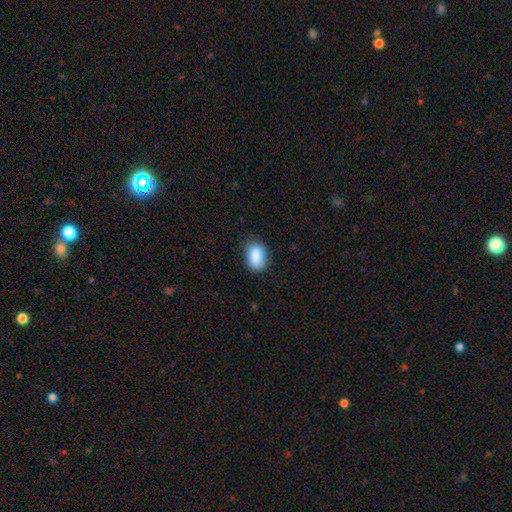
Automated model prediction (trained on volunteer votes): This appears to be a smooth galaxy with no disk features (86%) that is in between round and cigar-shaped (83%). Merging: none (73%).